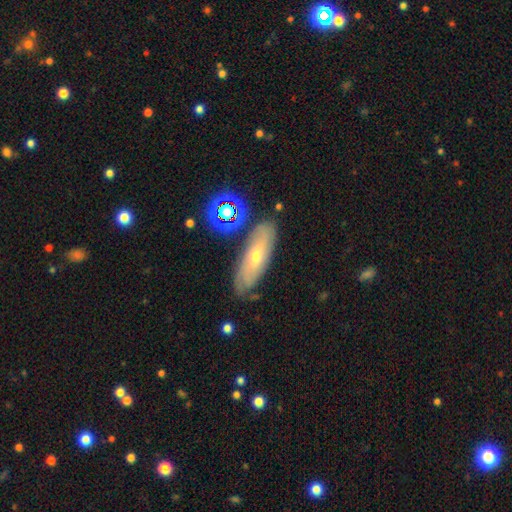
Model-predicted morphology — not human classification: Q: Smooth or featured?
A: featured or disk (55%); runner-up: smooth (34%)
Q: Edge-on disk?
A: no (76%); runner-up: yes (24%)
Q: Merging?
A: none (76%); runner-up: minor disturbance (16%)